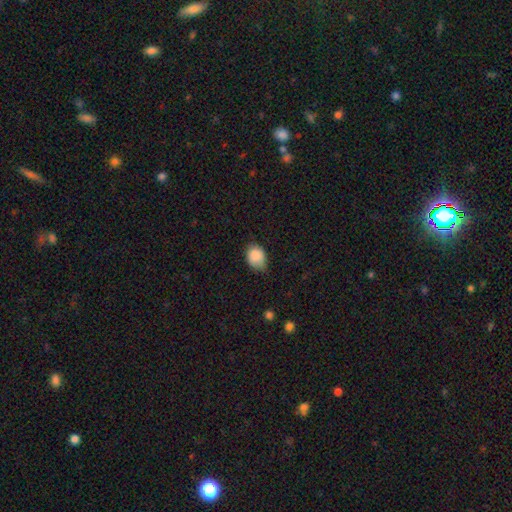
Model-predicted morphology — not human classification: Smooth or featured: smooth — 87% (star or artifact — 8%)
How rounded: in between — 55% (round — 44%)
Merging: none — 55% (minor disturbance — 37%)